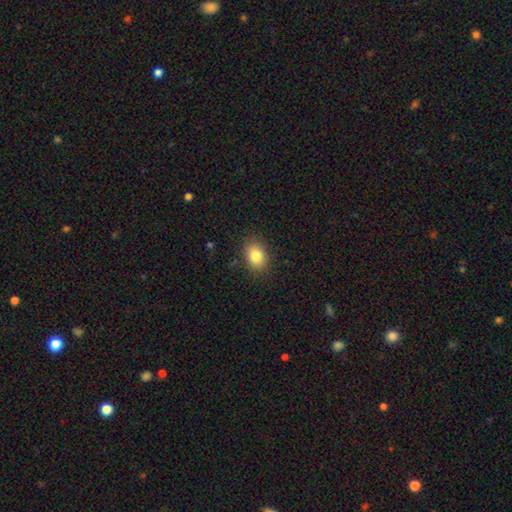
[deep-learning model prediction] Q: Smooth or featured?
A: smooth (83%); runner-up: star or artifact (9%)
Q: How rounded?
A: in between (71%); runner-up: round (28%)
Q: Merging?
A: none (87%); runner-up: minor disturbance (9%)